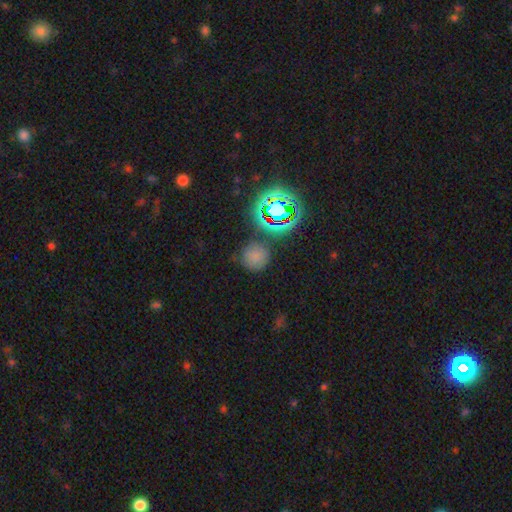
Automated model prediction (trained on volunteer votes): A smooth galaxy with no disk features (65%) that is round (91%). Merging: none (77%).